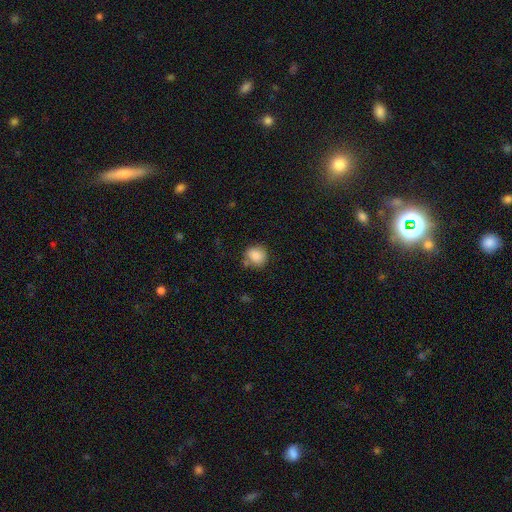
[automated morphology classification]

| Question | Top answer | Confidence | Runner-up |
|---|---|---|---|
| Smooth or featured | smooth | 86% | star or artifact (9%) |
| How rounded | round | 80% | in between (19%) |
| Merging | none | 72% | minor disturbance (16%) |